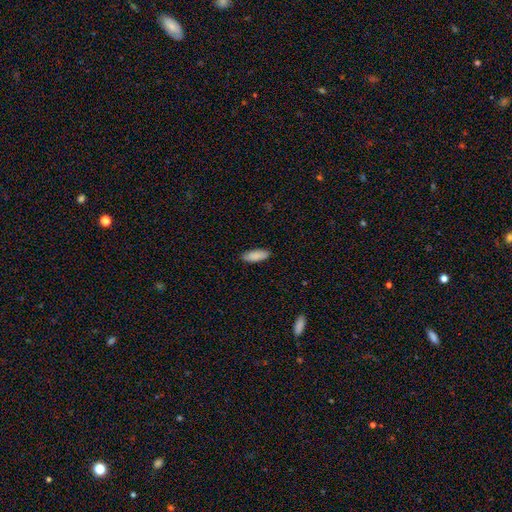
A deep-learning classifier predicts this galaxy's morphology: This is clearly a smooth galaxy (89%). How rounded: likely in between (70%). Merging: clearly none (87%).